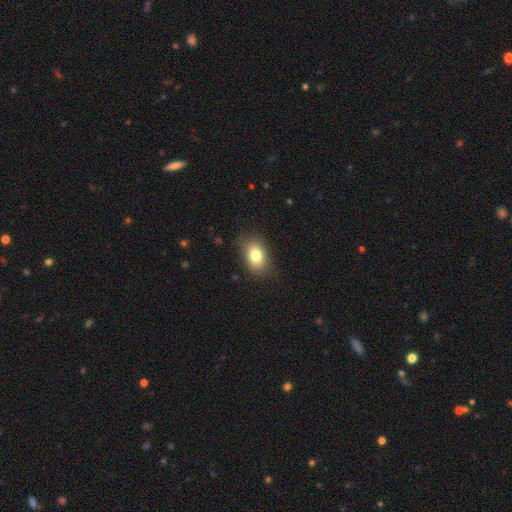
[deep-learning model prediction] This is likely a smooth galaxy (80%). How rounded: clearly in between (81%). Merging: clearly none (81%).